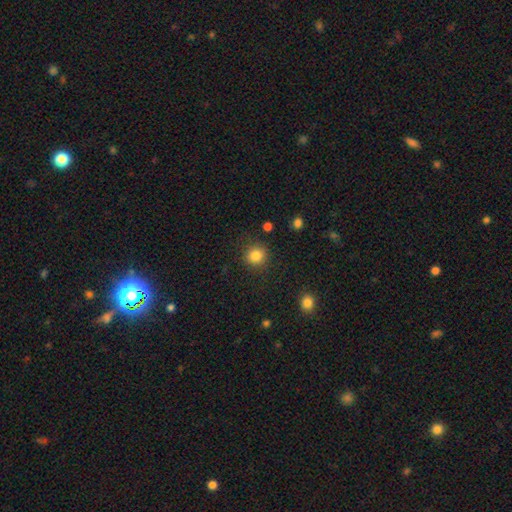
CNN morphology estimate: Q: Smooth or featured?
A: smooth (84%); runner-up: star or artifact (11%)
Q: How rounded?
A: round (88%); runner-up: in between (11%)
Q: Merging?
A: none (87%); runner-up: minor disturbance (8%)